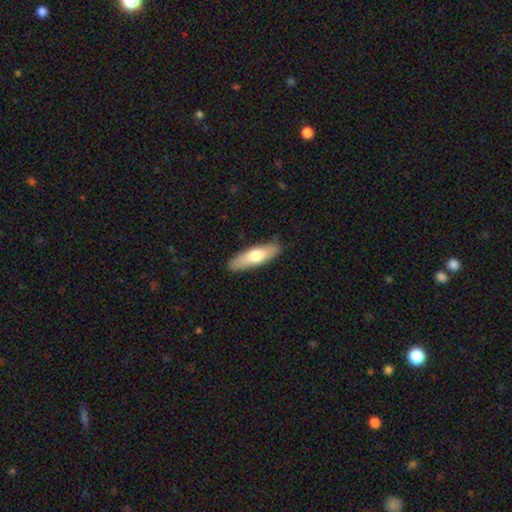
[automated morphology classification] The model was most divided on "how rounded": cigar-shaped: 58%, in between: 40%, round: 2%. More confident: merging — none (86%); smooth or featured — smooth (66%).